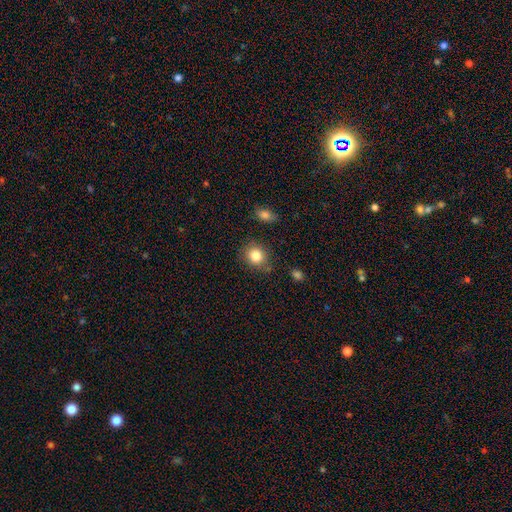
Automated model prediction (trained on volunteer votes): Smooth or featured?
  - smooth: 83% *
  - star or artifact: 9%
  - featured or disk: 7%
How rounded?
  - round: 70% *
  - in between: 29%
  - cigar-shaped: 1%
Merging?
  - none: 78% *
  - minor disturbance: 15%
  - merger: 4%
  - major disturbance: 4%